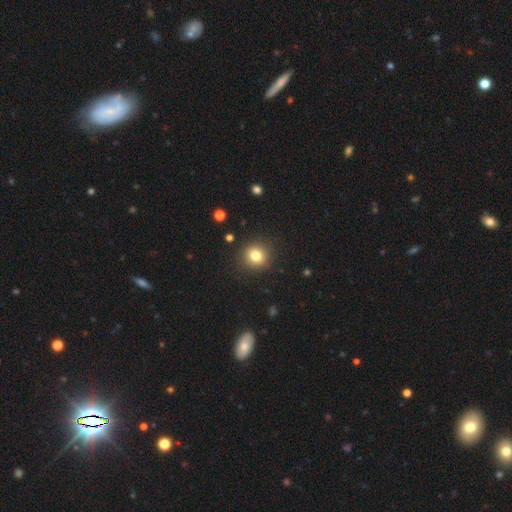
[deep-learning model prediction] A smooth galaxy with no disk features (81%) that is round (88%).

Vote fractions:
- Smooth or featured? smooth: 81% / star or artifact: 12% / featured or disk: 7%
- How rounded? round: 88% / in between: 11% / cigar-shaped: 1%
- Merging? none: 90% / minor disturbance: 7% / major disturbance: 2% / merger: 1%